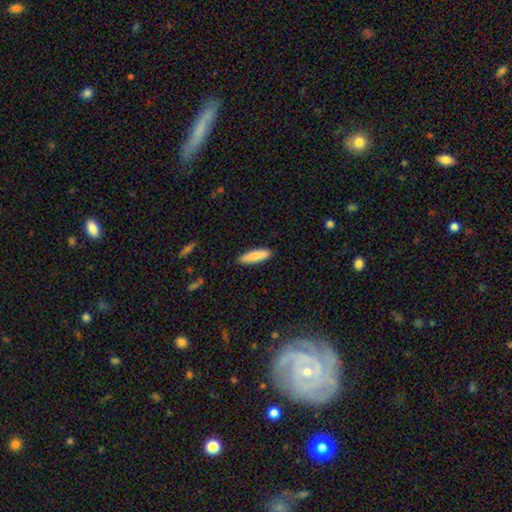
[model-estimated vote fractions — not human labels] Morphology: type=smooth (84%); roundness=cigar-shaped (60%); merging=none (89%).